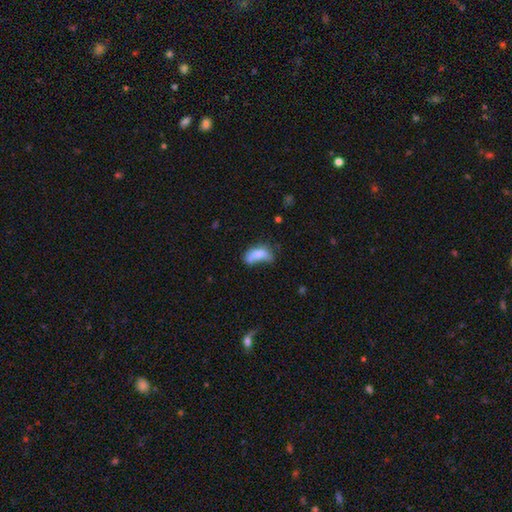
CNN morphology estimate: Q: Smooth or featured?
A: smooth (68%); runner-up: featured or disk (22%)
Q: How rounded?
A: in between (84%); runner-up: cigar-shaped (9%)
Q: Merging?
A: merger (35%); runner-up: none (23%)